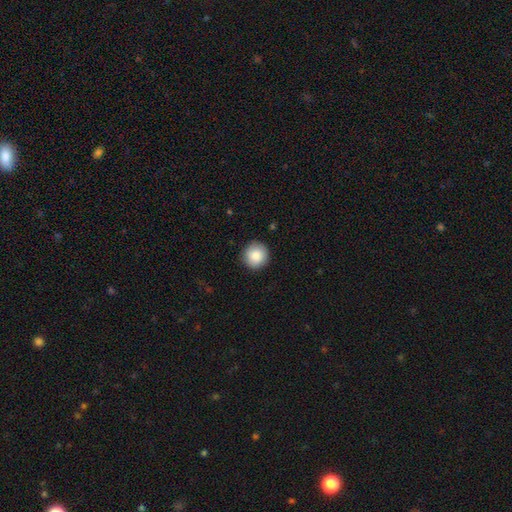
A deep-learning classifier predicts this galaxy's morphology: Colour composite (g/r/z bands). It shows a smooth galaxy with no disk features (86%) that is round (94%). Merging: none (89%).